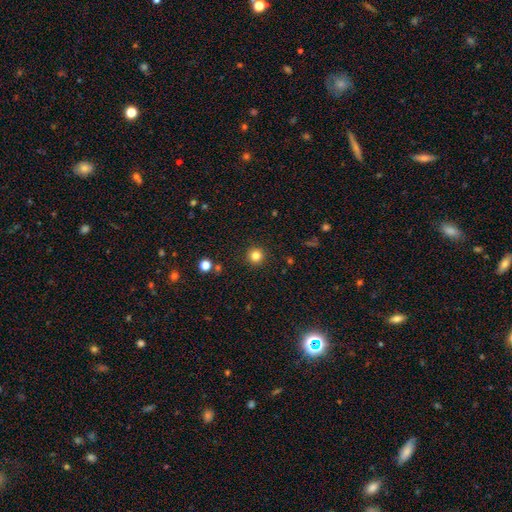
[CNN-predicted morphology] smooth 81%, star or artifact 13%, featured or disk 5%. Down the decision tree: how rounded — round (96%); merging — none (93%).